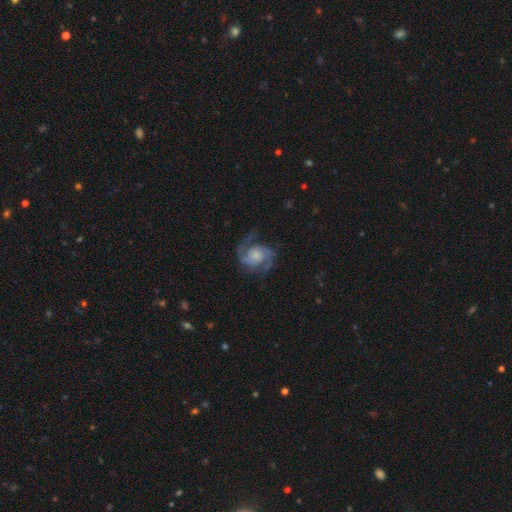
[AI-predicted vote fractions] A featured or disk galaxy (85%) with no bar (68%), 2 (87%) medium (53%) spiral arms (96%) and a small central bulge (33%, tied with moderate). Merging: none (67%).